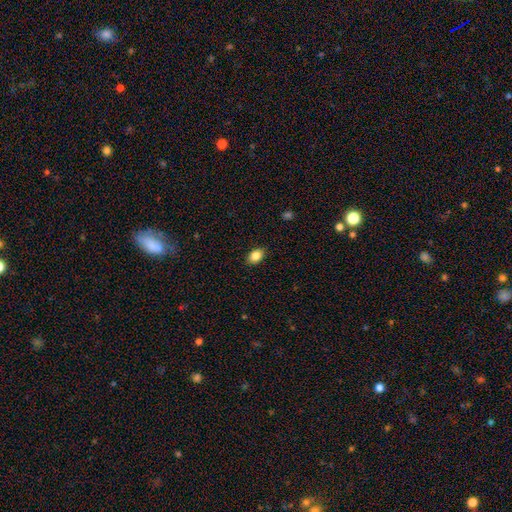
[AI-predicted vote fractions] A smooth galaxy with no disk features (86%) that is in between round and cigar-shaped (80%). Merging: none (89%).